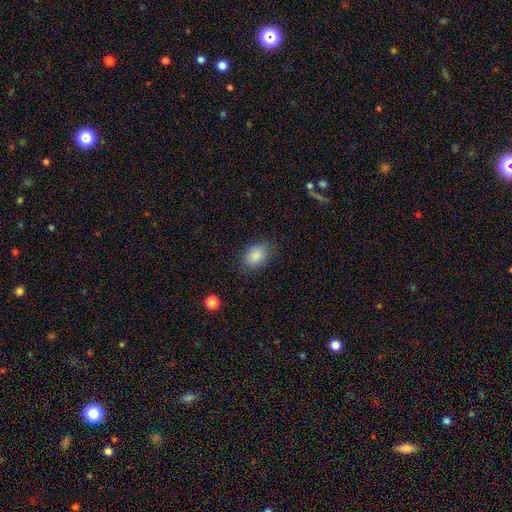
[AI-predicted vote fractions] A smooth galaxy with no disk features (87%) that is in between round and cigar-shaped (78%). Merging: none (80%).